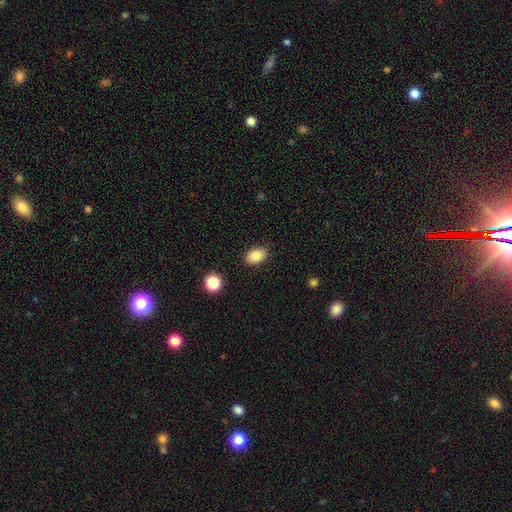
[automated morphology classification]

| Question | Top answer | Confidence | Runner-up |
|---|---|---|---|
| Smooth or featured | smooth | 86% | star or artifact (9%) |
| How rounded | in between | 84% | round (14%) |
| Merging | none | 86% | minor disturbance (10%) |